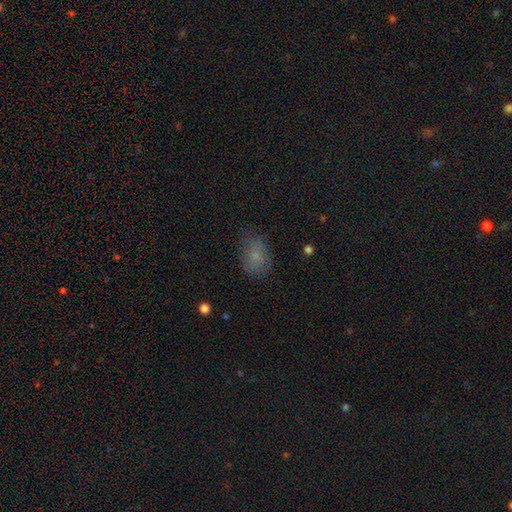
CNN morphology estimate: smooth 75%, featured or disk 13%, star or artifact 12%. Down the decision tree: how rounded — in between (75%); merging — none (66%).